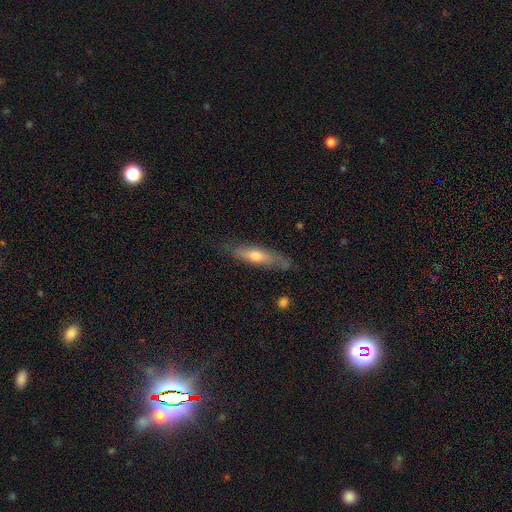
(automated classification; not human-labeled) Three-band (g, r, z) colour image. It shows a smooth galaxy with no disk features (49%). Merging: none (71%).